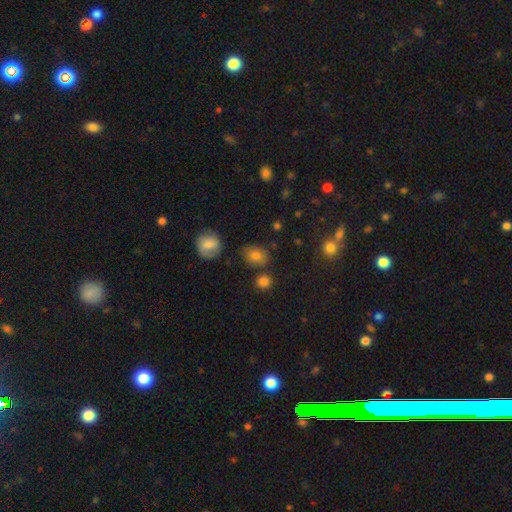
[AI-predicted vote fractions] A smooth galaxy with no disk features (78%) that is in between round and cigar-shaped (52%). Merging: none (76%).